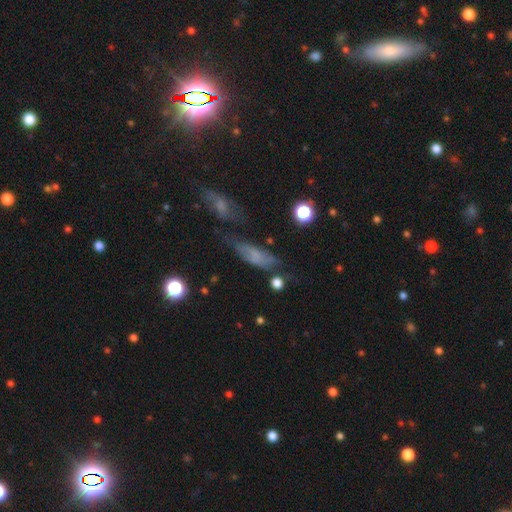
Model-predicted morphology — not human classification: The model was most divided on "how rounded": in between: 55%, cigar-shaped: 39%, round: 7%. Remaining: smooth or featured — smooth (52%); merging — none (44%).